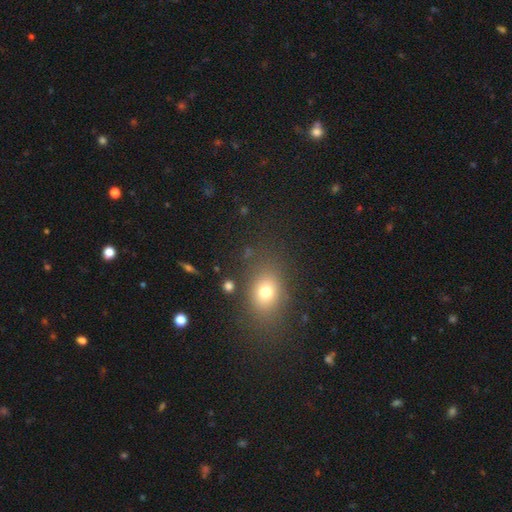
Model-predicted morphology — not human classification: This appears to be a smooth galaxy with no disk features (68%) that is in between round and cigar-shaped (62%). Merging: none (84%).